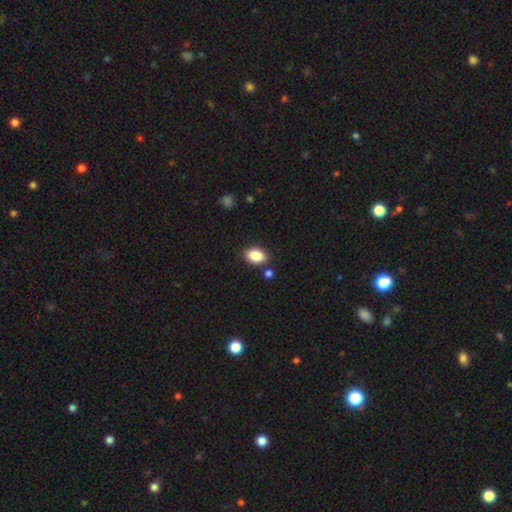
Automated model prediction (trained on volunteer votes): This appears to be a smooth galaxy with no disk features (87%) that is in between round and cigar-shaped (82%). Merging: none (83%).